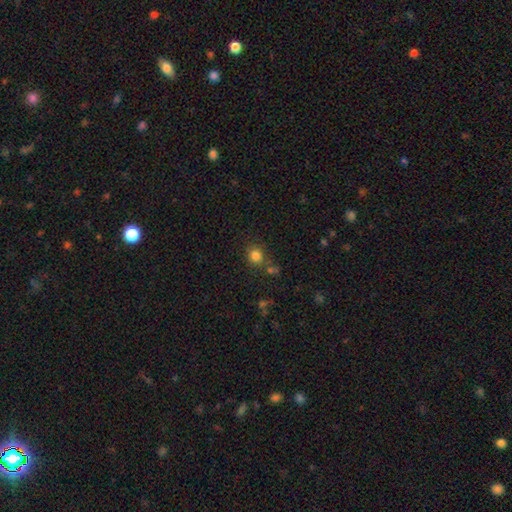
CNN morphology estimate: Smooth or featured: smooth — 82% (star or artifact — 13%)
How rounded: round — 82% (in between — 17%)
Merging: none — 74% (merger — 11%)